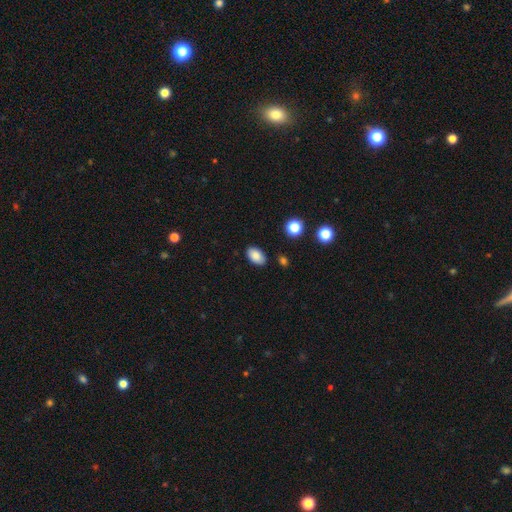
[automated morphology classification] Smooth or featured? Predicted: smooth (p=0.85). How rounded? Predicted: in between (p=0.92). Merging? Predicted: none (p=0.86).